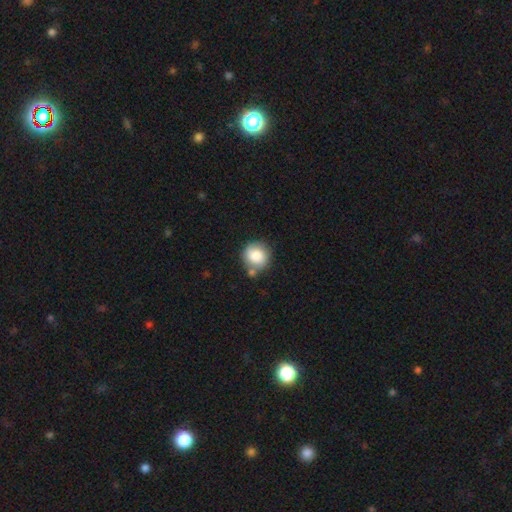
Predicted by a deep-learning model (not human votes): Smooth or featured?
  - smooth: 82% *
  - featured or disk: 11%
  - star or artifact: 7%
How rounded?
  - round: 89% *
  - in between: 10%
  - cigar-shaped: 1%
Merging?
  - none: 59% *
  - minor disturbance: 19%
  - merger: 16%
  - major disturbance: 5%